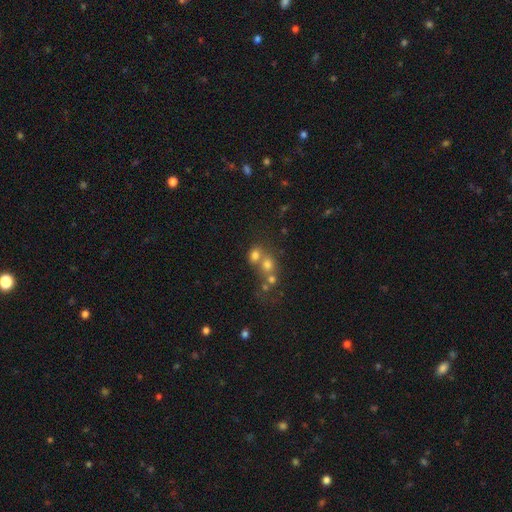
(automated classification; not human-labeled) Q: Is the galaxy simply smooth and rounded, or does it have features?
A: smooth — 67%.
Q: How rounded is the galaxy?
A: round — 65%.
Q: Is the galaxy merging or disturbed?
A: merger — 53%.